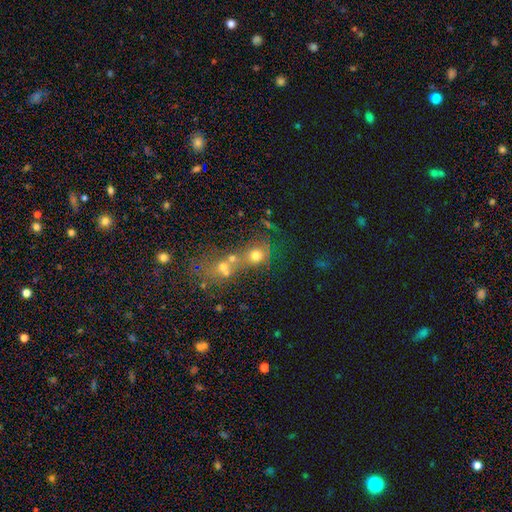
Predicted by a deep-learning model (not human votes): This is likely a smooth galaxy (60%). How rounded: likely round (75%). Merging: possibly merger (45%).